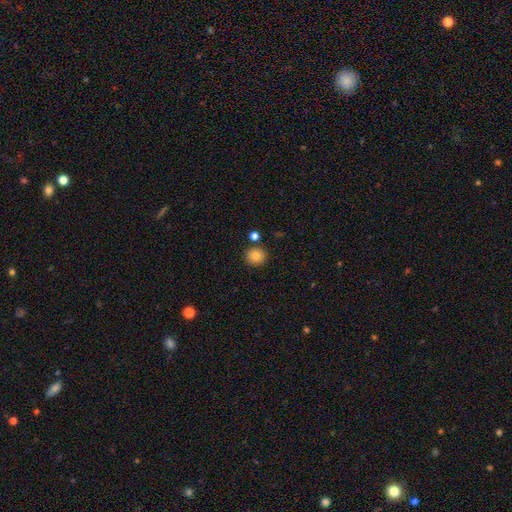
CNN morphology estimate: The model was most divided on "smooth or featured": smooth: 83%, star or artifact: 10%, featured or disk: 7%. More confident: how rounded — round (91%); merging — none (86%).